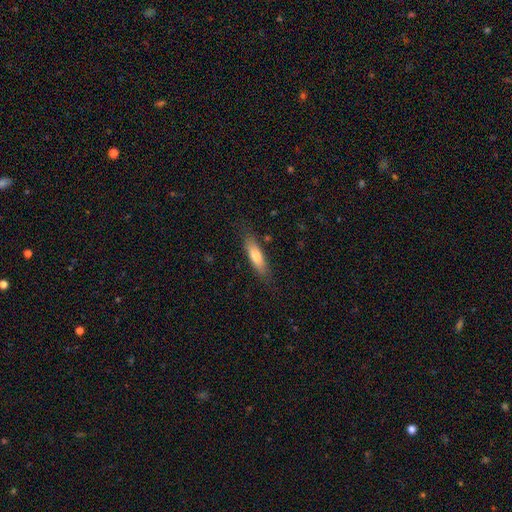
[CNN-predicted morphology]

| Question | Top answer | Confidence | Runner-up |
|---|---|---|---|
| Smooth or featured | smooth | 70% | featured or disk (24%) |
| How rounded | cigar-shaped | 54% | in between (44%) |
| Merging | none | 80% | minor disturbance (15%) |